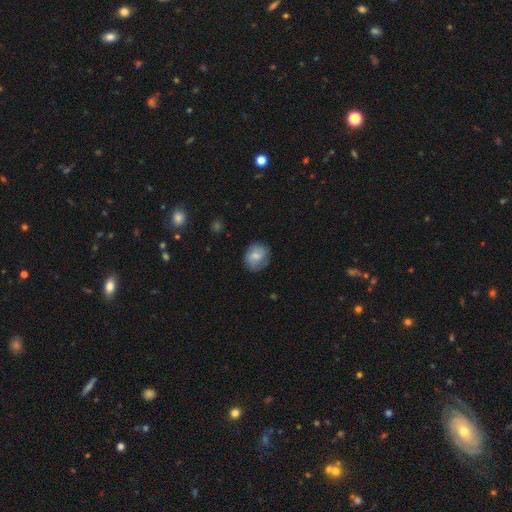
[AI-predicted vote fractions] smooth-or-featured: smooth: 63% | featured or disk: 29% | star or artifact: 7%
  how-rounded: round: 59% | in between: 40% | cigar-shaped: 1%
  merging: none: 72% | minor disturbance: 20% | major disturbance: 6% | merger: 1%